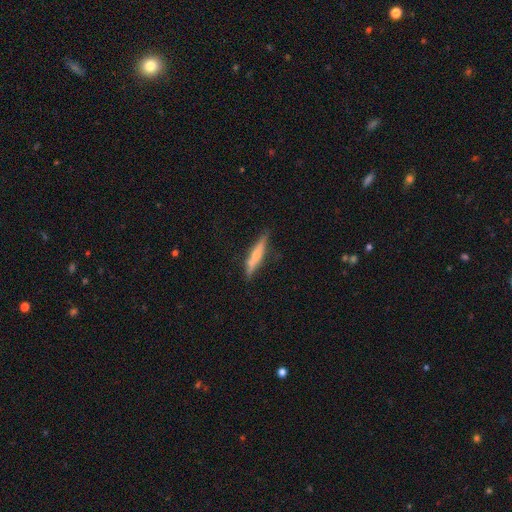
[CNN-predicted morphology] Smooth or featured? Predicted: smooth (p=0.52). How rounded? Predicted: cigar-shaped (p=0.89). Merging? Predicted: none (p=0.77).